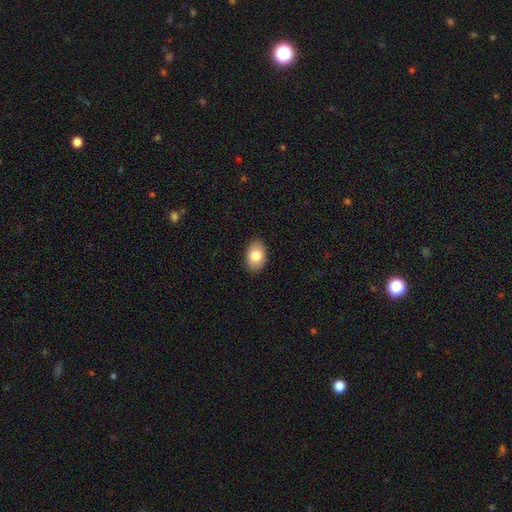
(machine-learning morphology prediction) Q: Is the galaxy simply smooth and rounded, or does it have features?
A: smooth — 83%.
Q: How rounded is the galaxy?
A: in between — 86%.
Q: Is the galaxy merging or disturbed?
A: none — 90%.